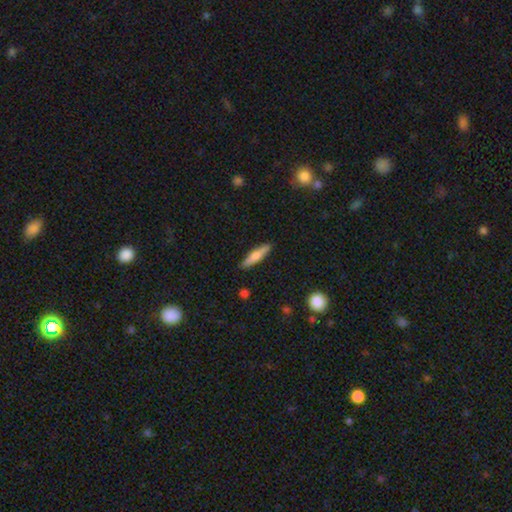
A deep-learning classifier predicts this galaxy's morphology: Q: Smooth or featured?
A: smooth (64%); runner-up: featured or disk (30%)
Q: How rounded?
A: cigar-shaped (82%); runner-up: in between (16%)
Q: Merging?
A: none (89%); runner-up: minor disturbance (8%)